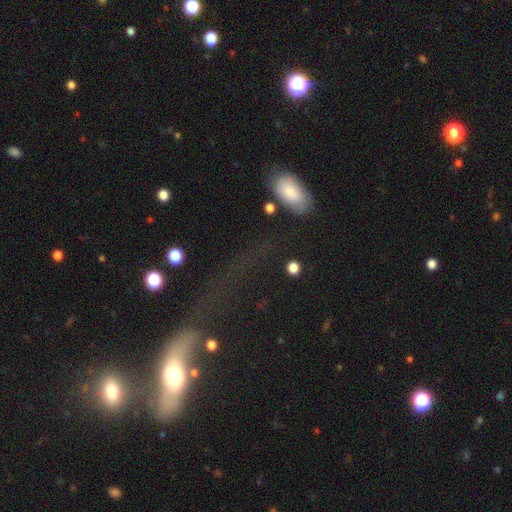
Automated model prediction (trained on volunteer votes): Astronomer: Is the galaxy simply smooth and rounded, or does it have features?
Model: smooth — 46% (runner-up: featured or disk, 32%).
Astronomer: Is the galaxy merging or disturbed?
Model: none — 36% (runner-up: major disturbance, 30%).